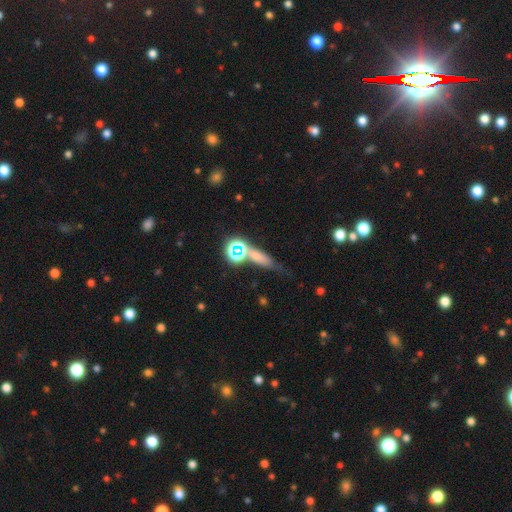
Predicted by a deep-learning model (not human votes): smooth 59%, star or artifact 26%, featured or disk 15%. Down the decision tree: how rounded — cigar-shaped (45%); merging — none (56%).